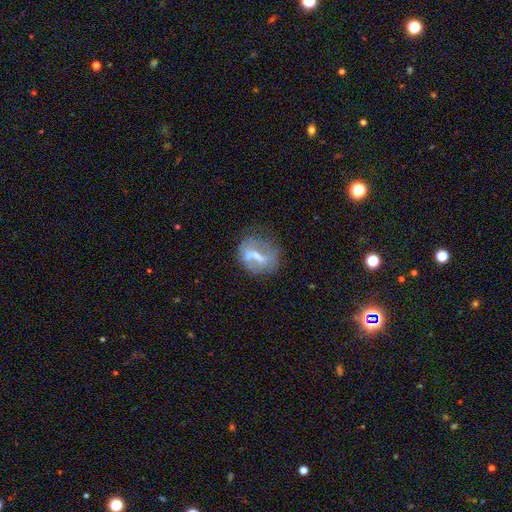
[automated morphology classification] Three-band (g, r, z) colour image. It shows a featured or disk galaxy (54%) with a strong bar (40%), no spiral arms (67%) and a moderate central bulge (36%). Merging: none (50%).